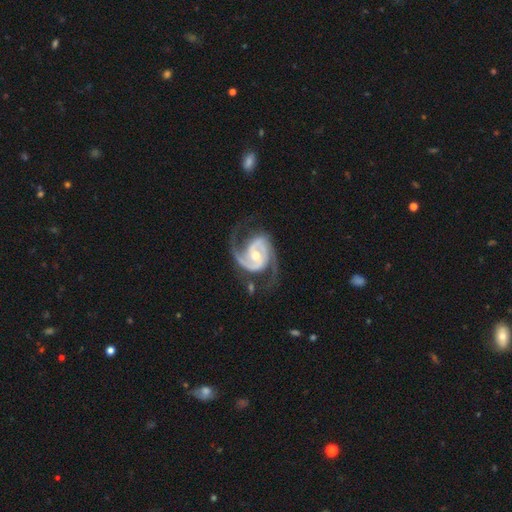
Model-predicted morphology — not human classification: This is clearly a featured or disk galaxy (93%). It is clearly not viewed edge-on (98%). Bar: possibly no (51%). Spiral arm pattern: clearly yes (98%). Spiral arm count: clearly 2 (87%). Spiral winding: possibly medium (53%). Central bulge: likely moderate (69%). Merging: likely none (66%).